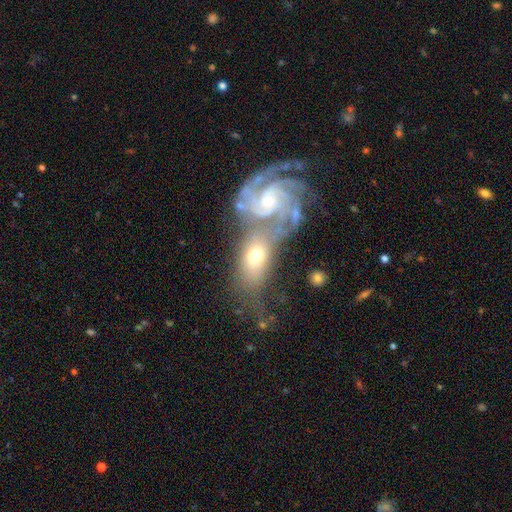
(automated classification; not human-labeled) featured or disk 57%, smooth 34%, star or artifact 9%. Down the decision tree: edge-on disk — no (93%); bar — no (66%); spiral arms — yes (84%); bulge size — moderate (48%); merging — merger (51%).